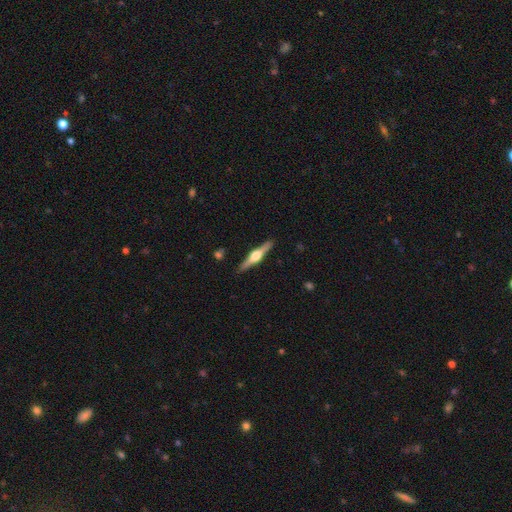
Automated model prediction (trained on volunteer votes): Q: Smooth or featured?
A: featured or disk (75%); runner-up: smooth (20%)
Q: Edge-on disk?
A: yes (98%); runner-up: no (2%)
Q: Edge-on bulge?
A: rounded (93%); runner-up: boxy (5%)
Q: Merging?
A: none (90%); runner-up: minor disturbance (7%)